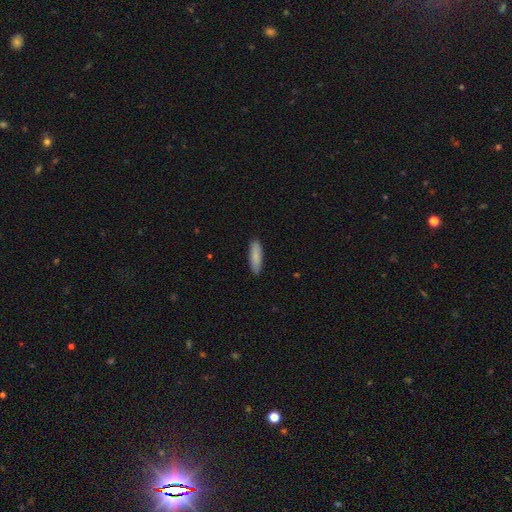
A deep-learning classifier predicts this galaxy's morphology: smooth 83%, featured or disk 12%, star or artifact 6%. Down the decision tree: how rounded — cigar-shaped (57%); merging — none (89%).